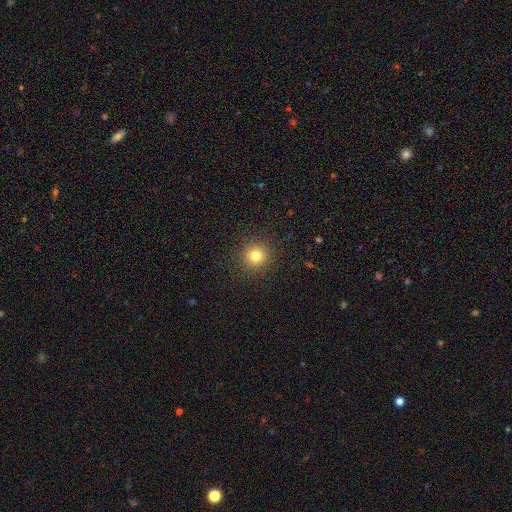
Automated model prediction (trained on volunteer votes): smooth-or-featured: smooth: 80% | star or artifact: 14% | featured or disk: 6%
  how-rounded: round: 94% | in between: 5% | cigar-shaped: 1%
  merging: none: 91% | minor disturbance: 6% | major disturbance: 2% | merger: 1%